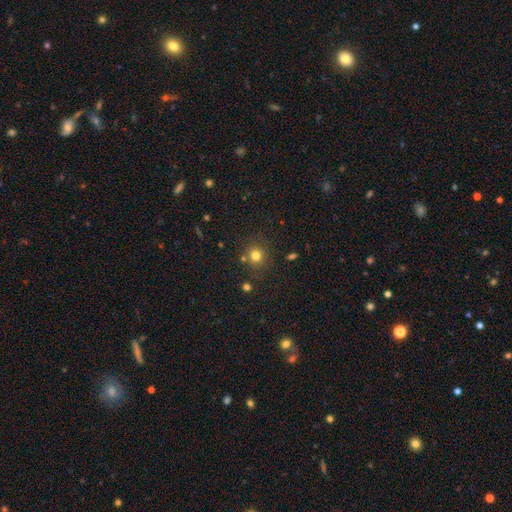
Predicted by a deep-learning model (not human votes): This is likely a smooth galaxy (77%). How rounded: clearly round (89%). Merging: likely none (80%).